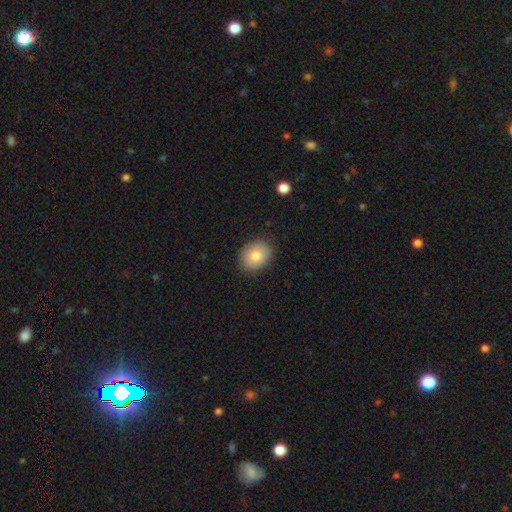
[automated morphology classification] smooth 79%, featured or disk 13%, star or artifact 8%. Down the decision tree: how rounded — in between (51%); merging — none (87%).